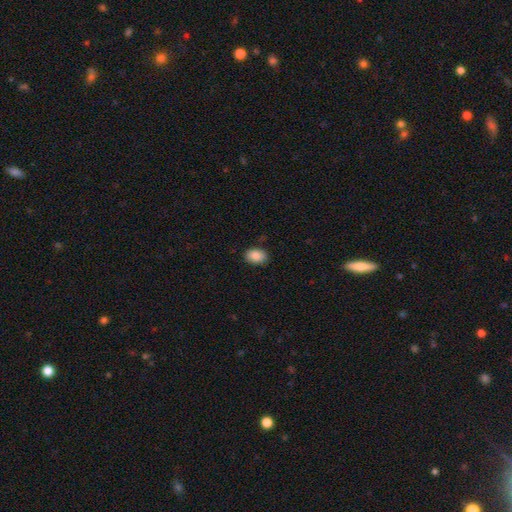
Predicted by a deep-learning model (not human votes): Smooth or featured: smooth — 88% (star or artifact — 8%)
How rounded: in between — 80% (round — 19%)
Merging: none — 87% (minor disturbance — 10%)